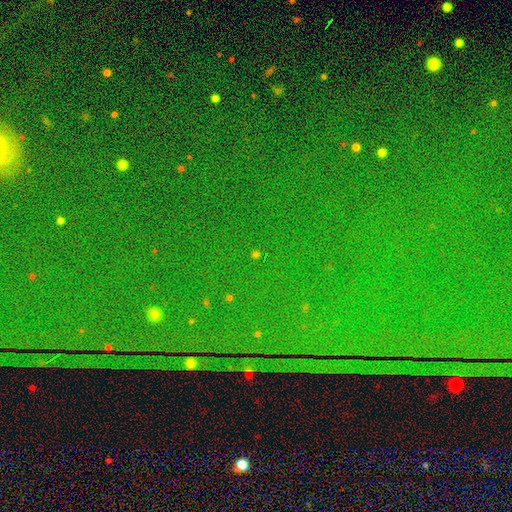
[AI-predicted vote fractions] smooth_or_featured: star or artifact (p=0.85) [alt: smooth p=0.08]